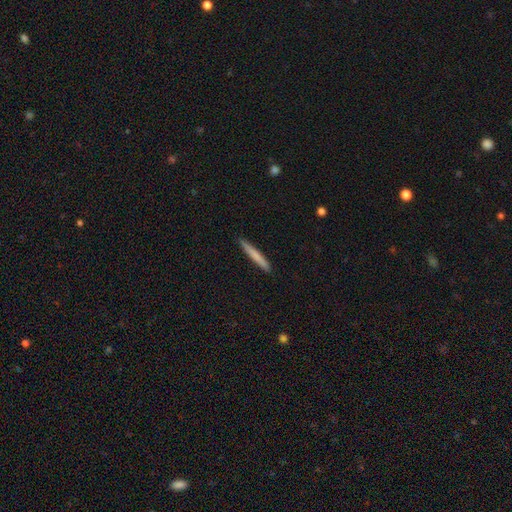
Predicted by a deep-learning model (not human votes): Smooth or featured?
  - smooth: 73% *
  - featured or disk: 22%
  - star or artifact: 5%
How rounded?
  - cigar-shaped: 96% *
  - in between: 3%
  - round: 1%
Merging?
  - none: 91% *
  - minor disturbance: 7%
  - major disturbance: 1%
  - merger: 1%